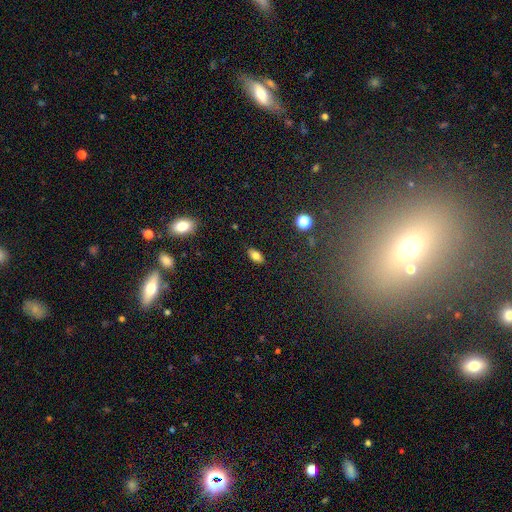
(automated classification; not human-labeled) Overall: smooth (79%). How rounded: in between (89%). Merging: none (87%).